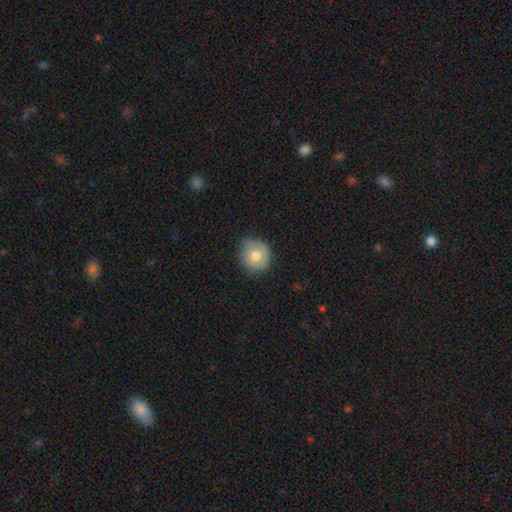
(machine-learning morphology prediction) Smooth or featured? smooth (75%)
How rounded? round (88%)
Merging? none (66%)